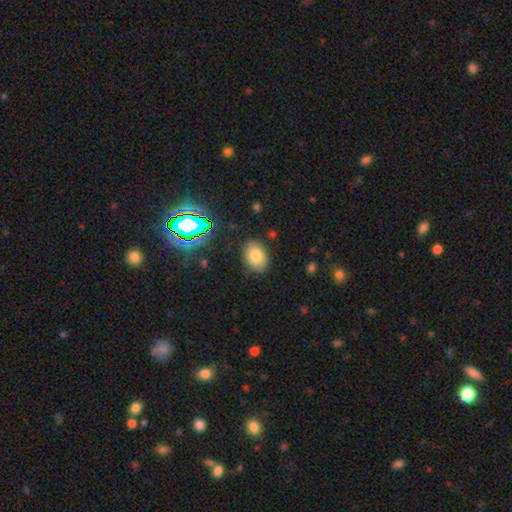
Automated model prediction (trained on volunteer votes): This is likely a smooth galaxy (78%). How rounded: likely in between (76%). Merging: clearly none (84%).